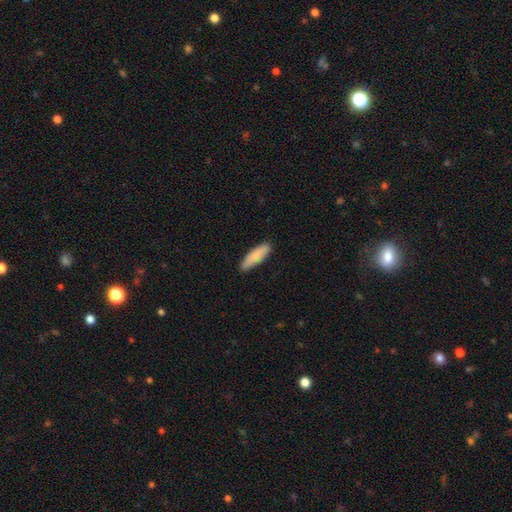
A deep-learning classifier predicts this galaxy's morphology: This appears to be a smooth galaxy with no disk features (85%) that is cigar-shaped (51%). Merging: none (86%).